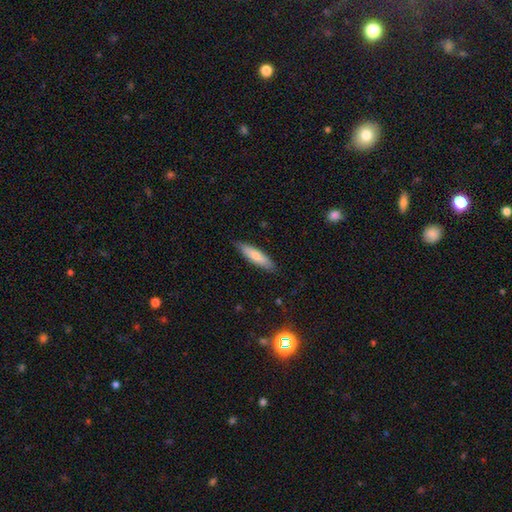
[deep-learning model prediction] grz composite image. It shows a smooth galaxy with no disk features (74%) that is cigar-shaped (71%). Merging: none (84%).